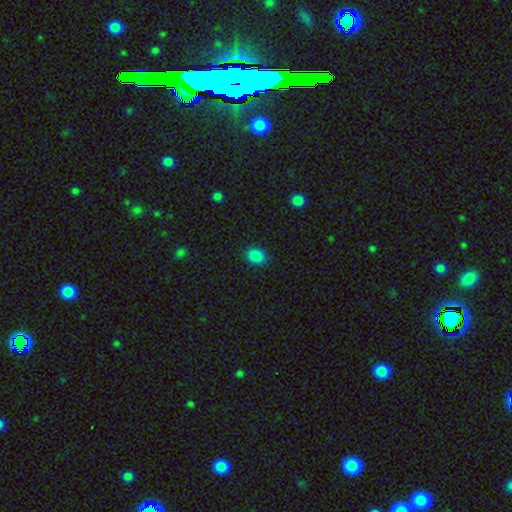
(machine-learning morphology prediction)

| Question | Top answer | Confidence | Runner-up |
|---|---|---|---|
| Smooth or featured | smooth | 86% | star or artifact (11%) |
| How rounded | round | 52% | in between (47%) |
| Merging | none | 88% | minor disturbance (9%) |